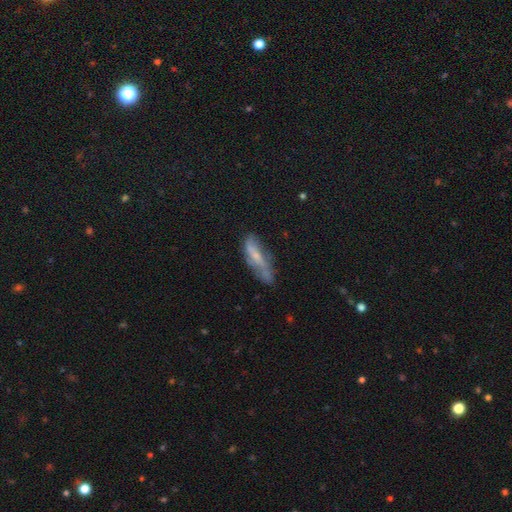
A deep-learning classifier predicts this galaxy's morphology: A featured or disk galaxy (51%). Merging: none (50%).